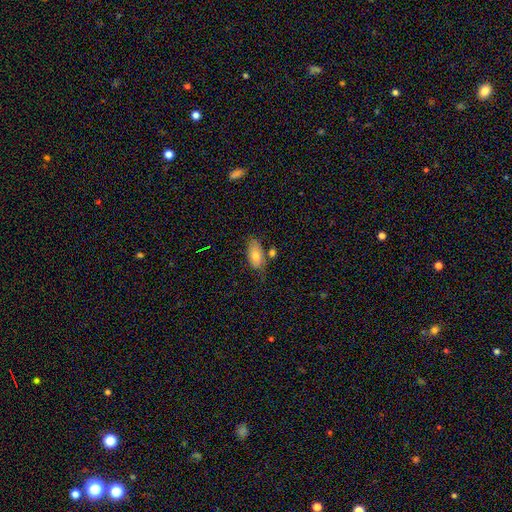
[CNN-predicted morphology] This appears to be a smooth galaxy with no disk features (75%) that is in between round and cigar-shaped (89%). Merging: none (63%).